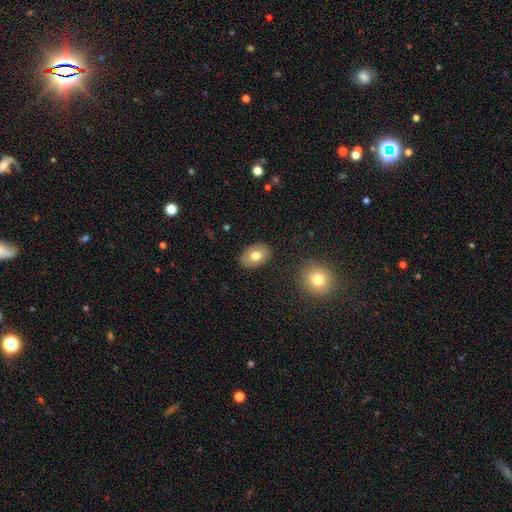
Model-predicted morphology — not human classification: Smooth or featured?
  - smooth: 74% *
  - featured or disk: 18%
  - star or artifact: 8%
How rounded?
  - in between: 85% *
  - round: 14%
  - cigar-shaped: 1%
Merging?
  - none: 86% *
  - minor disturbance: 10%
  - major disturbance: 2%
  - merger: 2%